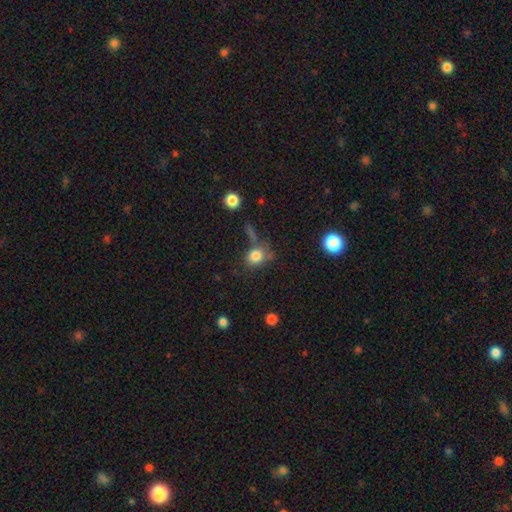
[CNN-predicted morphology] Overall: smooth (80%). How rounded: round (65%; in between 34%). Merging: none (57%; minor disturbance 19%).